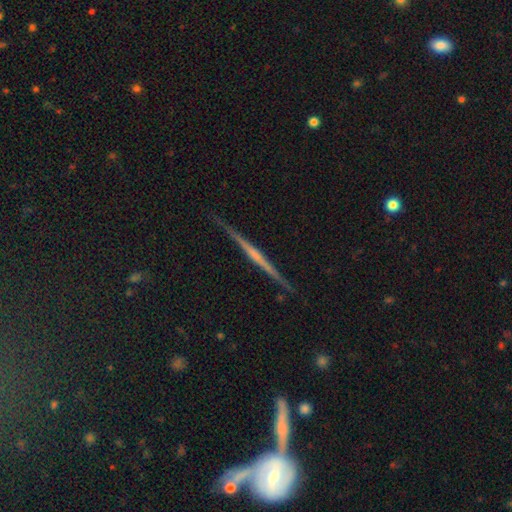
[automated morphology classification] Smooth or featured?
  - featured or disk: 75% *
  - smooth: 19%
  - star or artifact: 6%
Edge-on disk?
  - yes: 98% *
  - no: 2%
Edge-on bulge?
  - none: 60% *
  - rounded: 28%
  - boxy: 13%
Merging?
  - none: 90% *
  - minor disturbance: 7%
  - major disturbance: 2%
  - merger: 1%